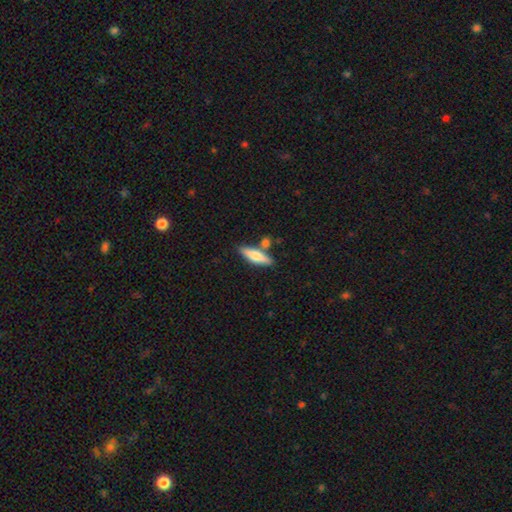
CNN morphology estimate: smooth_or_featured: smooth (p=0.64) [alt: featured or disk p=0.30]
how_rounded: cigar-shaped (p=0.61) [alt: in between p=0.36]
merging: none (p=0.71) [alt: merger p=0.14]